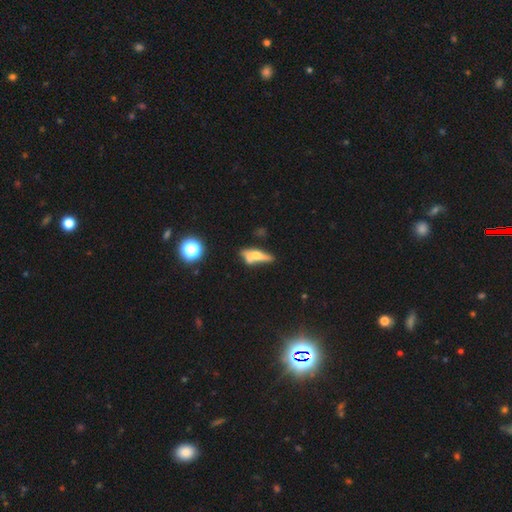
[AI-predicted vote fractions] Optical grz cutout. It shows a featured or disk galaxy (48%). Merging: none (41%).